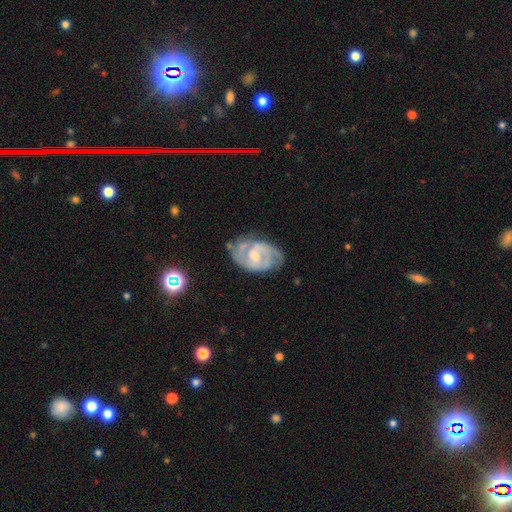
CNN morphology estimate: smooth_or_featured: featured or disk (p=0.83) [alt: smooth p=0.12]
disk_edge_on: no (p=0.97) [alt: yes p=0.03]
bar: weak (p=0.45) [tied with: no p=0.45]
has_spiral_arms: yes (p=0.90) [alt: no p=0.10]
spiral_winding: tight (p=0.49) [alt: medium p=0.40]
spiral_arm_count: 2 (p=0.66) [alt: can't tell p=0.18]
bulge_size: moderate (p=0.56) [alt: small p=0.38]
merging: none (p=0.62) [alt: minor disturbance p=0.25]